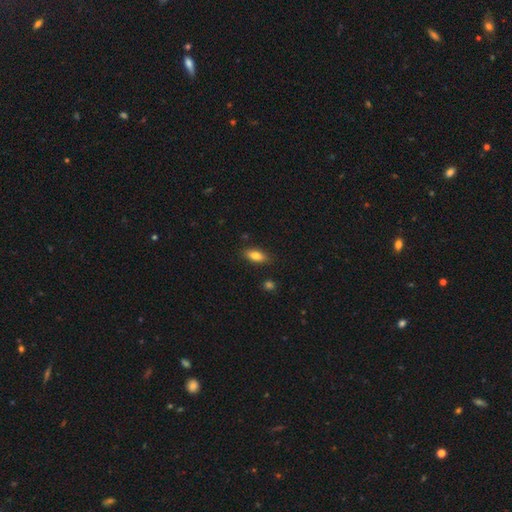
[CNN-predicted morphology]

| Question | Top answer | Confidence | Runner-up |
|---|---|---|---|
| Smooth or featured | smooth | 78% | featured or disk (15%) |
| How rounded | in between | 81% | cigar-shaped (15%) |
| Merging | none | 85% | minor disturbance (11%) |